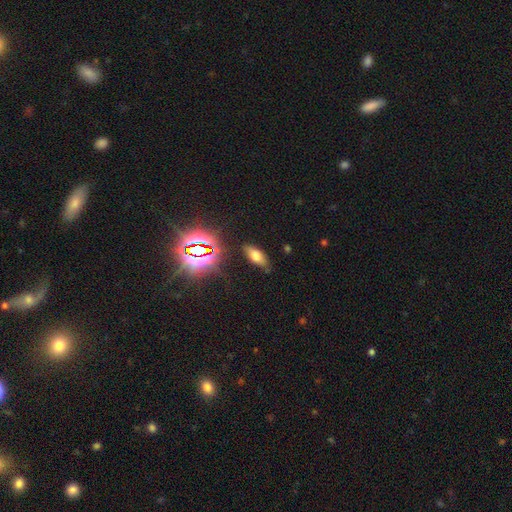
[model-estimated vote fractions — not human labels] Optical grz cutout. It shows a smooth galaxy with no disk features (64%) that is in between round and cigar-shaped (82%). Merging: none (79%).